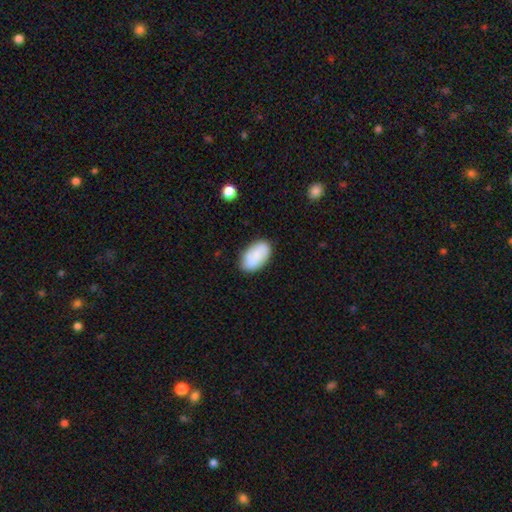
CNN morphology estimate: A smooth galaxy with no disk features (67%) that is in between round and cigar-shaped (93%). Merging: none (82%).